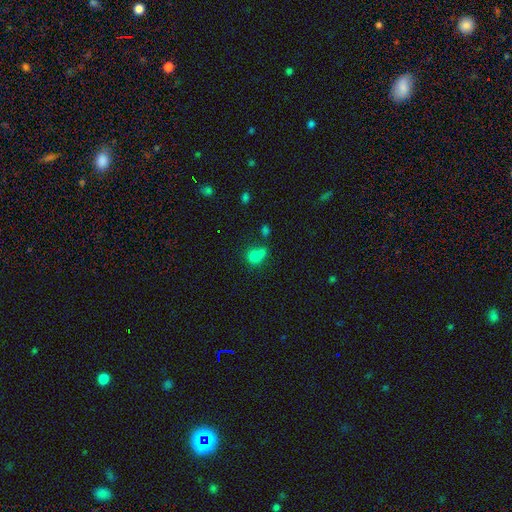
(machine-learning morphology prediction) The model was most divided on "merging": merger: 48%, none: 36%, minor disturbance: 10%, major disturbance: 6%. More confident: smooth or featured — smooth (75%); how rounded — round (69%).